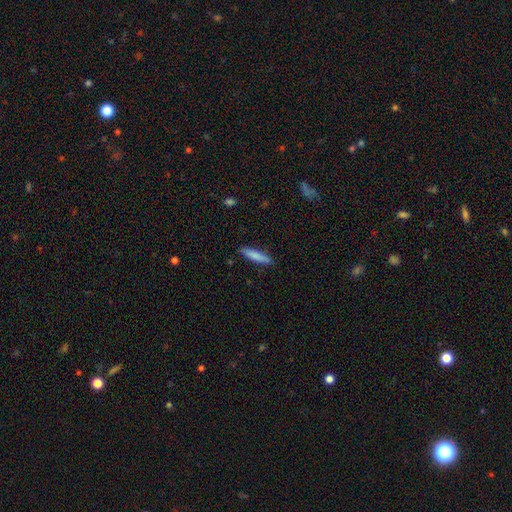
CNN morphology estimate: Smooth or featured? smooth (79%)
How rounded? cigar-shaped (85%)
Merging? none (87%)